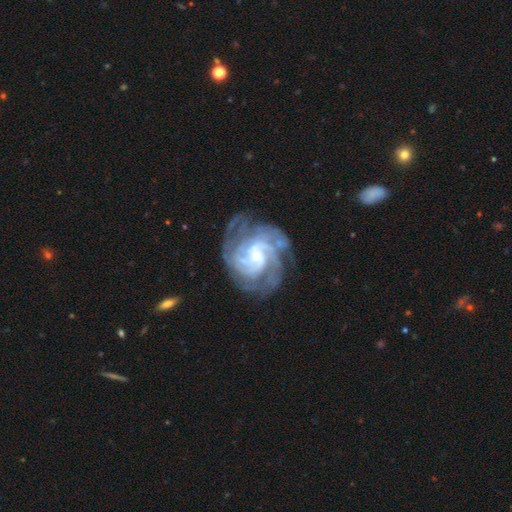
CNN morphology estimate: This appears to be a featured or disk galaxy (88%) with no bar (52%), tight (58%) spiral arms (97%) and a small central bulge (45%). Merging: none (66%).